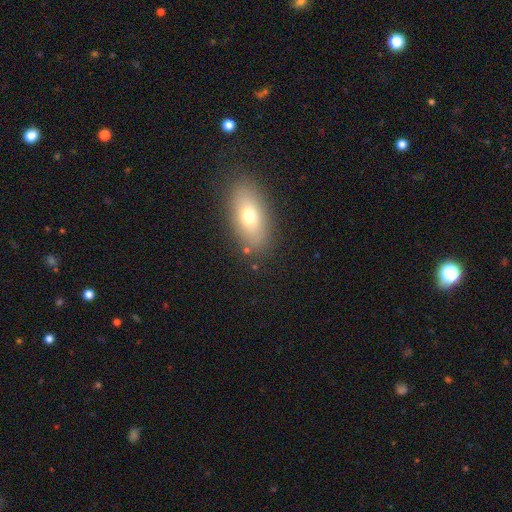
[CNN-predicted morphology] smooth_or_featured: smooth (p=0.65) [alt: featured or disk p=0.22]
how_rounded: in between (p=0.82) [alt: cigar-shaped p=0.11]
merging: none (p=0.86) [alt: minor disturbance p=0.09]